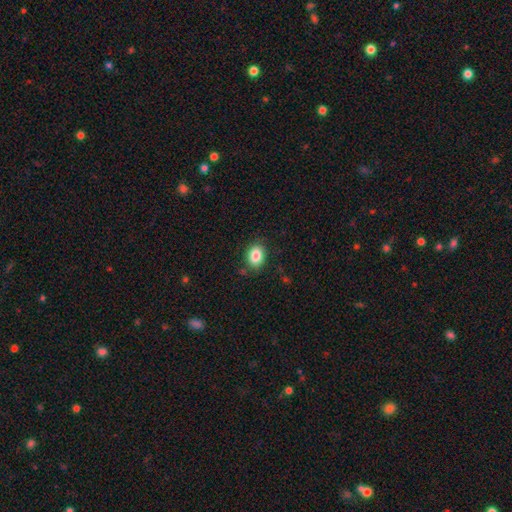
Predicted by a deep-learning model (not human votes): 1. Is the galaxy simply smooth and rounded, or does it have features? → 85% smooth, 9% star or artifact, 6% featured or disk.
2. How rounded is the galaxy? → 72% in between, 27% round, 1% cigar-shaped.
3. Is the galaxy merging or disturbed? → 83% none, 12% minor disturbance, 3% major disturbance, 2% merger.